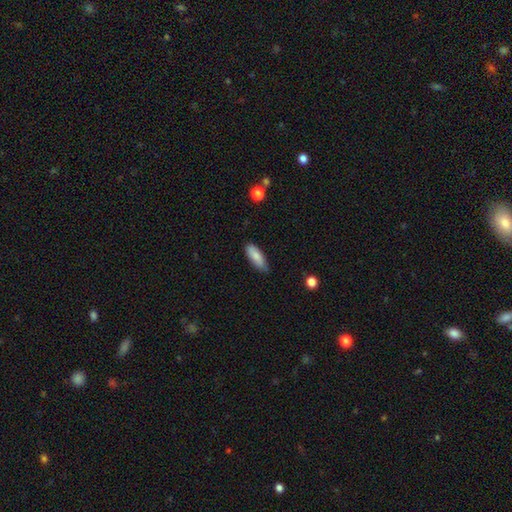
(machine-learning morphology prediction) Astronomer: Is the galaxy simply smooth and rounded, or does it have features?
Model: smooth — 84%.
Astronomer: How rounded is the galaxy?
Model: in between — 64%.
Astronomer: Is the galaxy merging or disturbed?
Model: none — 78%.